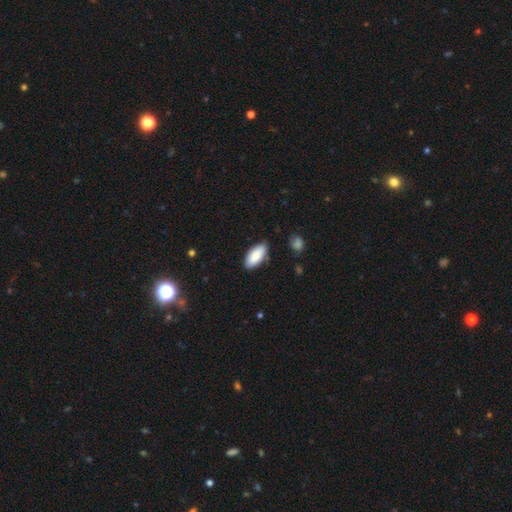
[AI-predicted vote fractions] This appears to be a smooth galaxy with no disk features (86%) that is in between round and cigar-shaped (91%). Merging: none (83%).